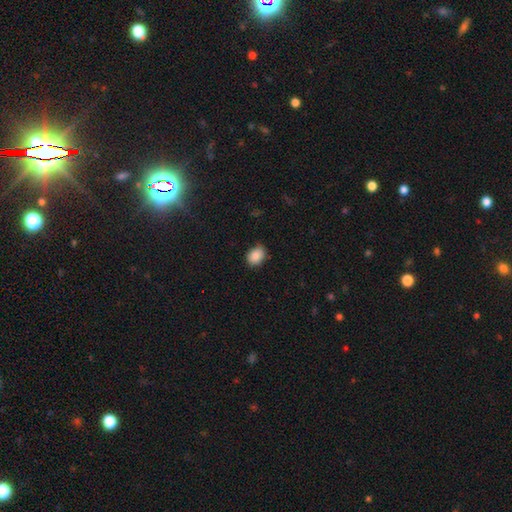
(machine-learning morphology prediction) smooth 87%, star or artifact 8%, featured or disk 5%. Down the decision tree: how rounded — in between (65%); merging — none (79%).